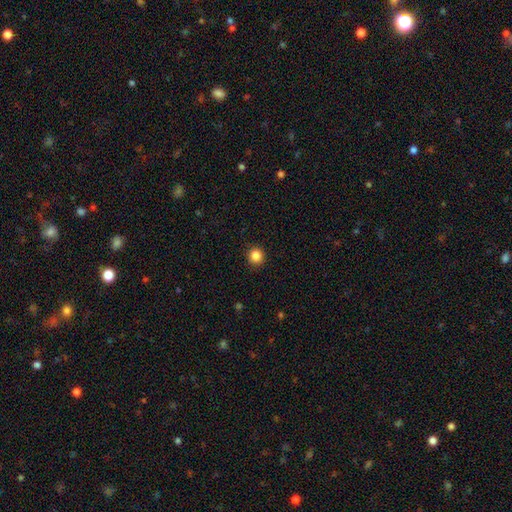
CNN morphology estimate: Overall: smooth (86%). How rounded: round (92%). Merging: none (92%).